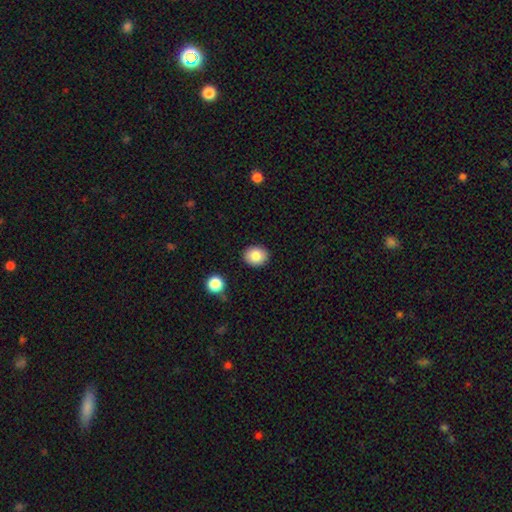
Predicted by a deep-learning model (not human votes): Smooth or featured? Predicted: smooth (p=0.84). How rounded? Predicted: round (p=0.63). Merging? Predicted: none (p=0.89).